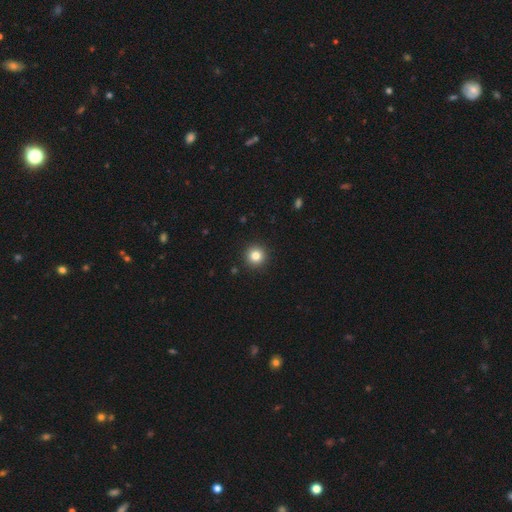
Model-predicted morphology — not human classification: Smooth or featured: smooth — 82% (star or artifact — 11%)
How rounded: round — 96% (in between — 3%)
Merging: none — 93% (minor disturbance — 5%)